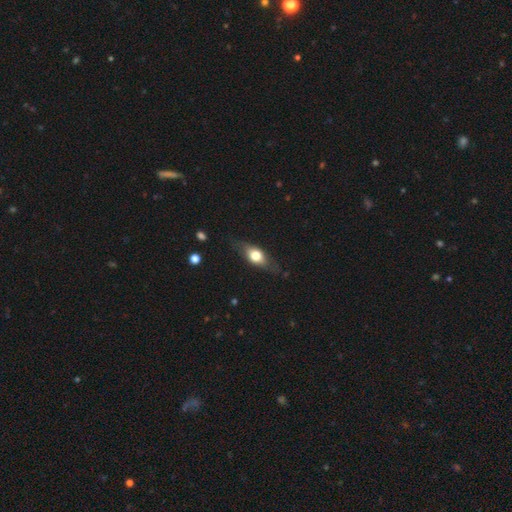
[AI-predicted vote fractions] smooth 57%, featured or disk 36%, star or artifact 7%. Down the decision tree: how rounded — in between (70%); merging — none (76%).